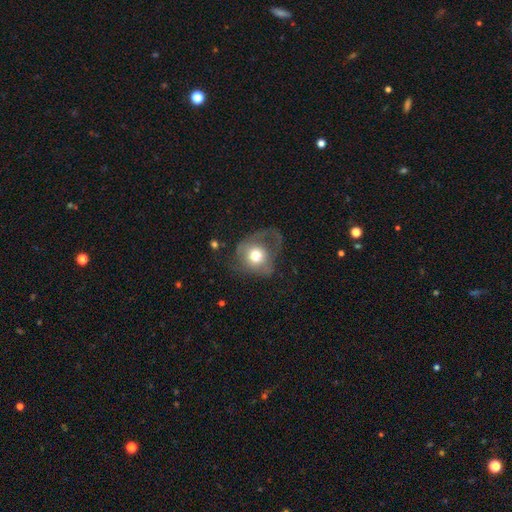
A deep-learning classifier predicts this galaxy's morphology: Overall: smooth (56%; featured or disk 36%). How rounded: round (67%; in between 32%). Merging: major disturbance (49%; none 28%).